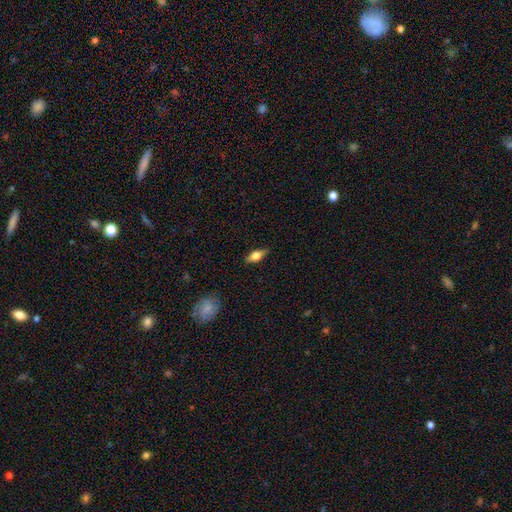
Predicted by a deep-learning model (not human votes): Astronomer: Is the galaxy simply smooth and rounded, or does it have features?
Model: smooth — 56% (runner-up: featured or disk, 36%).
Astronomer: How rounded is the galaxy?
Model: in between — 70%.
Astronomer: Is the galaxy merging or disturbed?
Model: none — 86%.